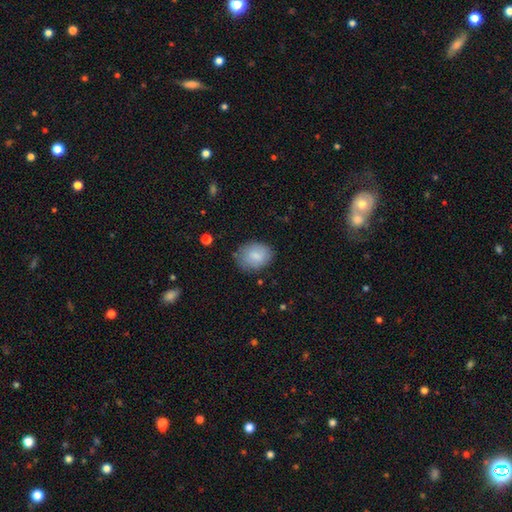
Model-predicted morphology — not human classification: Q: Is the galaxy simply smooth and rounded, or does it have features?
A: smooth — 82%.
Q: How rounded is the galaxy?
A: in between — 62%.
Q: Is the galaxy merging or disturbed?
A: none — 74%.